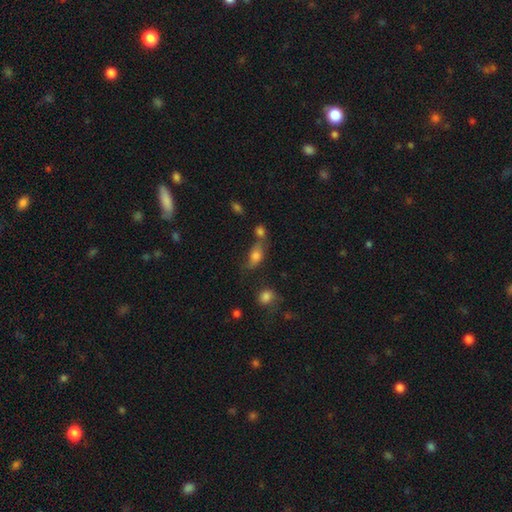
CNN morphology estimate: smooth-or-featured: smooth: 74% | featured or disk: 15% | star or artifact: 11%
  how-rounded: in between: 79% | round: 11% | cigar-shaped: 10%
  merging: none: 37% | merger: 32% | minor disturbance: 19% | major disturbance: 11%